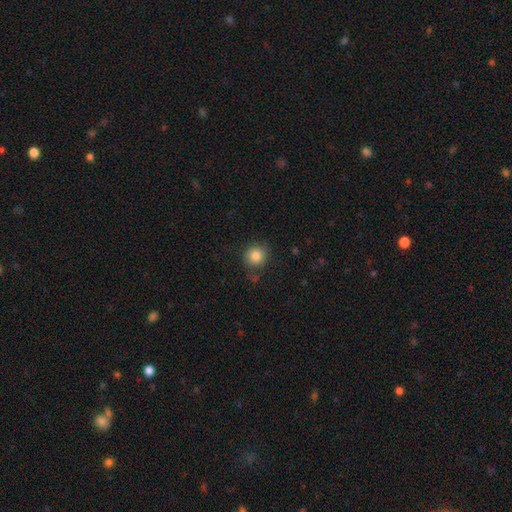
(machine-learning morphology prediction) The model was most divided on "merging": none: 78%, minor disturbance: 15%, major disturbance: 4%, merger: 3%. More confident: how rounded — round (87%); smooth or featured — smooth (84%).